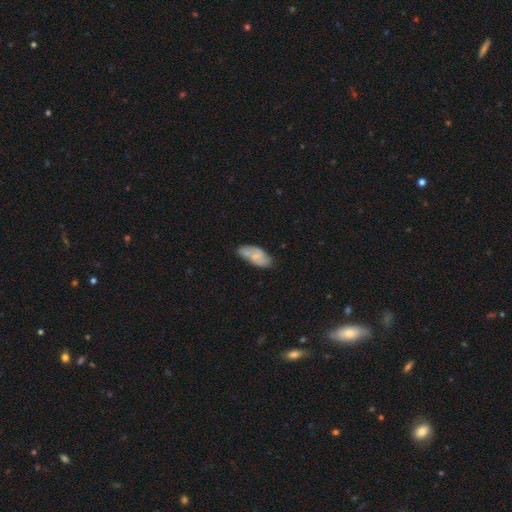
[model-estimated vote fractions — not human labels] Smooth or featured?
  - smooth: 53% *
  - featured or disk: 40%
  - star or artifact: 7%
How rounded?
  - in between: 86% *
  - cigar-shaped: 11%
  - round: 2%
Merging?
  - none: 62% *
  - minor disturbance: 26%
  - major disturbance: 6%
  - merger: 6%